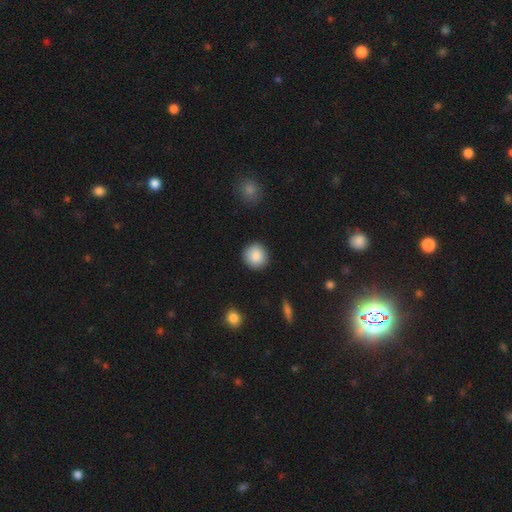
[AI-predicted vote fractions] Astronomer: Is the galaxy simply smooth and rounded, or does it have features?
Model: smooth — 88%.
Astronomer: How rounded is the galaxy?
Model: round — 92%.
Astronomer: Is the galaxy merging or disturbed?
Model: none — 91%.